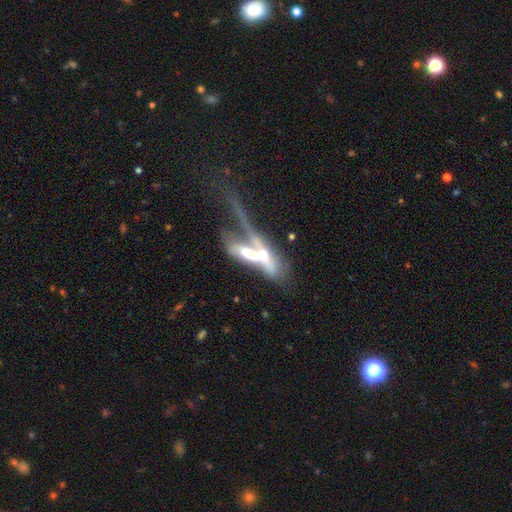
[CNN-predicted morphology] The model was most divided on "edge-on disk" (2-way tie): yes: 50%, no: 50%. More confident: merging — merger (63%); smooth or featured — featured or disk (61%).